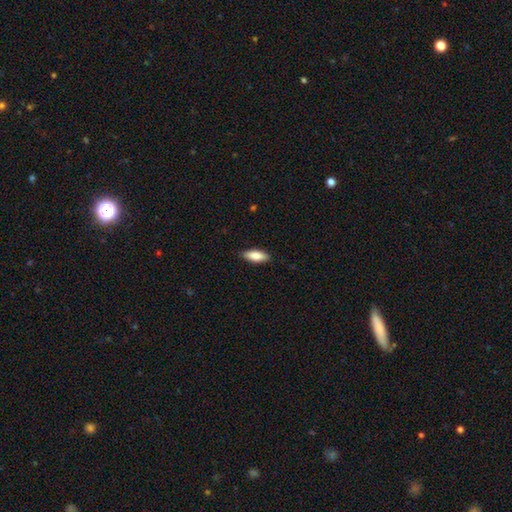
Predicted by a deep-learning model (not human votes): This is clearly a smooth galaxy (84%). How rounded: likely in between (74%). Merging: clearly none (88%).